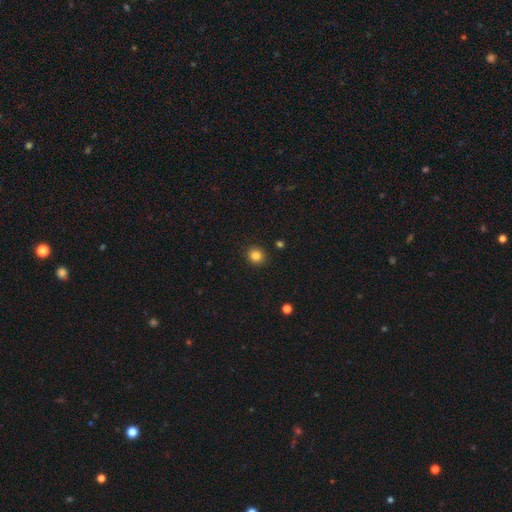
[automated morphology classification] Q: Smooth or featured?
A: smooth (83%); runner-up: star or artifact (12%)
Q: How rounded?
A: round (85%); runner-up: in between (14%)
Q: Merging?
A: none (91%); runner-up: minor disturbance (6%)